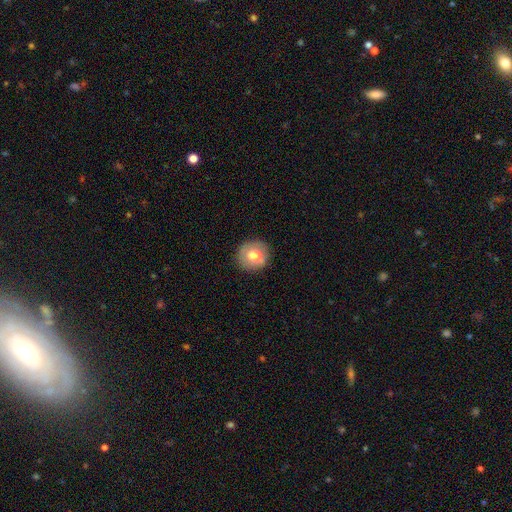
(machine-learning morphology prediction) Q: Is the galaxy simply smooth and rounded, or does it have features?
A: smooth — 67%.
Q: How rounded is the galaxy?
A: round — 85%.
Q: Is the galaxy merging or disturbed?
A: none — 84%.